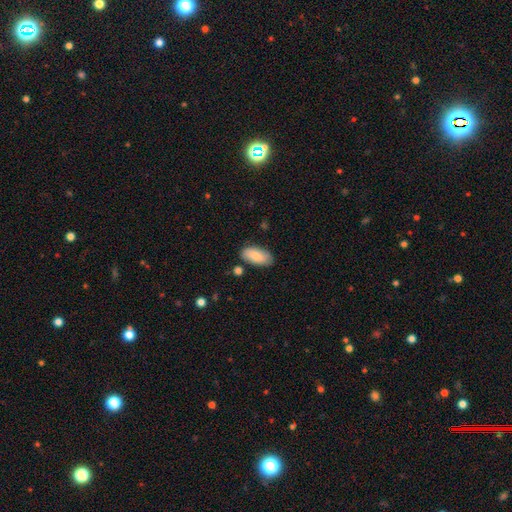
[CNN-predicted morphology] smooth_or_featured: smooth (p=0.84) [alt: featured or disk p=0.10]
how_rounded: in between (p=0.93) [alt: cigar-shaped p=0.05]
merging: none (p=0.79) [alt: minor disturbance p=0.14]